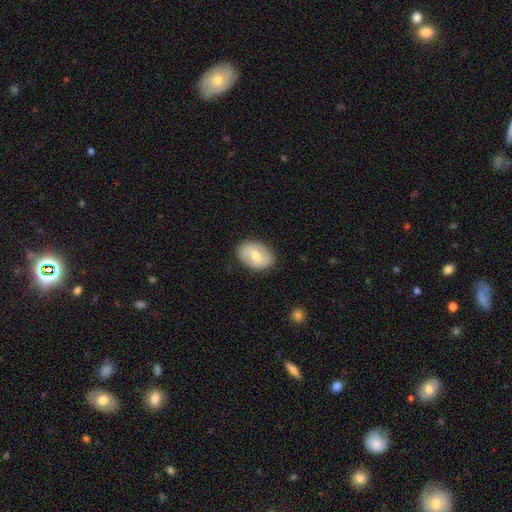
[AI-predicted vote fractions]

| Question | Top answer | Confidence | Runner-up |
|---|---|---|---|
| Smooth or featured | smooth | 53% | featured or disk (41%) |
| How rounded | in between | 81% | round (17%) |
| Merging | none | 85% | minor disturbance (11%) |